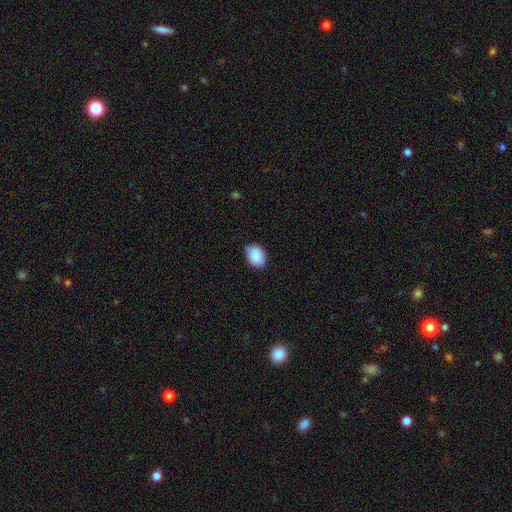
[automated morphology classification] This is clearly a smooth galaxy (90%). How rounded: clearly in between (80%). Merging: clearly none (82%).